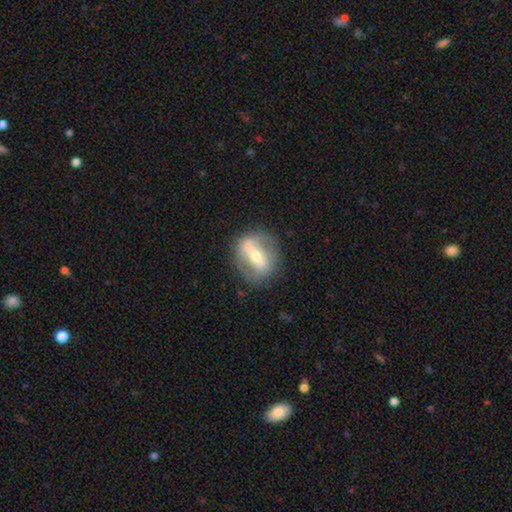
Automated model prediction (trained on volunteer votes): smooth_or_featured: featured or disk (p=0.64) [alt: smooth p=0.29]
disk_edge_on: no (p=0.81) [alt: yes p=0.19]
bar: strong (p=0.63) [alt: weak p=0.20]
has_spiral_arms: no (p=0.70) [alt: yes p=0.30]
bulge_size: moderate (p=0.55) [alt: small p=0.38]
merging: none (p=0.72) [alt: minor disturbance p=0.17]